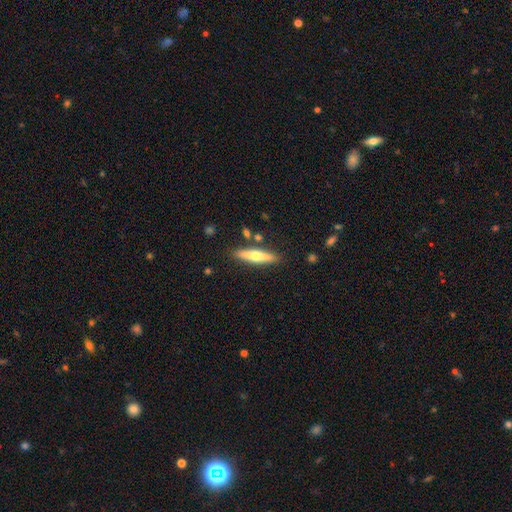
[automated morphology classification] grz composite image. It shows a smooth galaxy with no disk features (49%). Merging: none (85%).